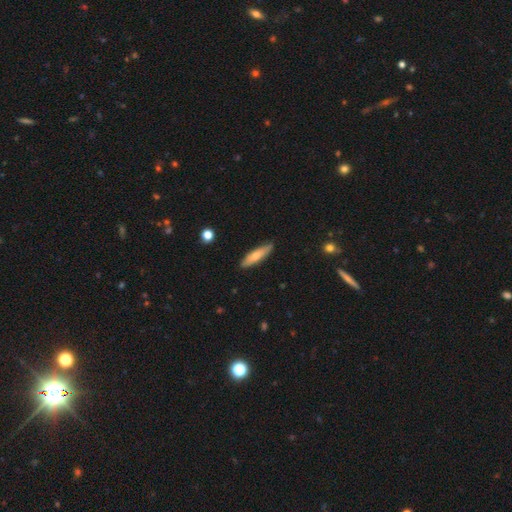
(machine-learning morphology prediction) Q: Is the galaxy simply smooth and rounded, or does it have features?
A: smooth — 67%.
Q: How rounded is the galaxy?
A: cigar-shaped — 72%.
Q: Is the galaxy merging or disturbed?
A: none — 87%.